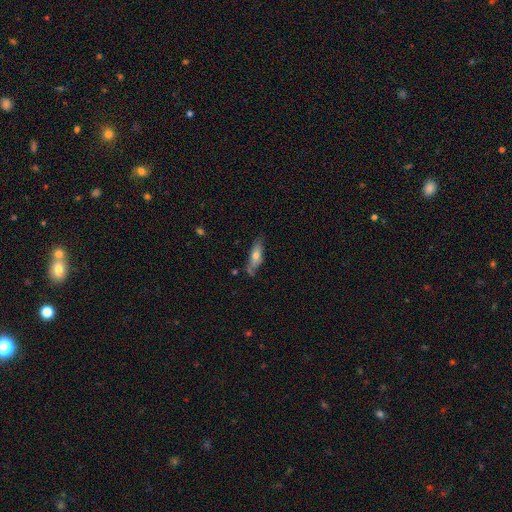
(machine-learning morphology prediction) Smooth or featured: smooth — 59% (featured or disk — 35%)
How rounded: cigar-shaped — 51% (in between — 46%)
Merging: none — 64% (minor disturbance — 25%)